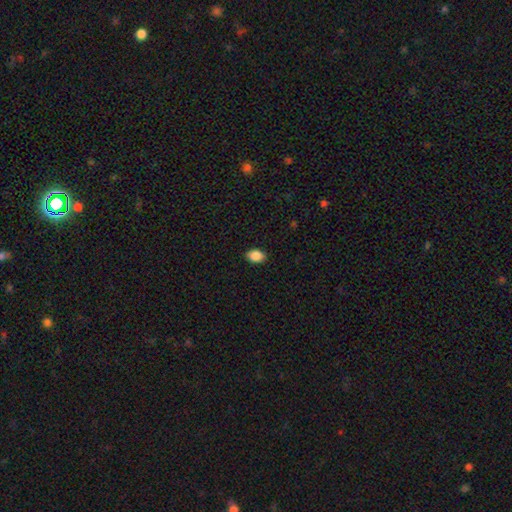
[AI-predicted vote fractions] Smooth or featured? Predicted: smooth (p=0.89). How rounded? Predicted: in between (p=0.83). Merging? Predicted: none (p=0.89).